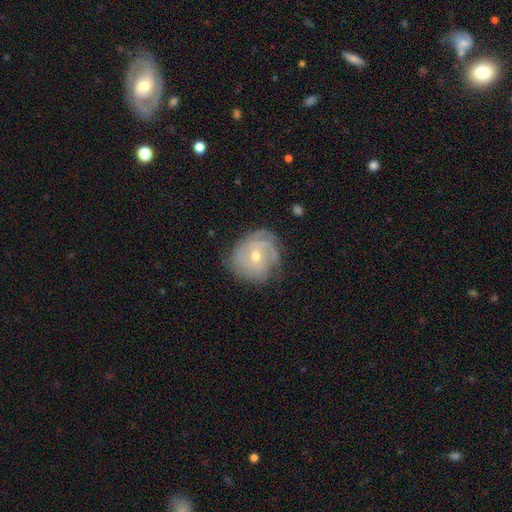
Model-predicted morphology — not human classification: Smooth or featured?
  - featured or disk: 79% *
  - smooth: 14%
  - star or artifact: 7%
Edge-on disk?
  - no: 97% *
  - yes: 3%
Bar?
  - no: 68% *
  - weak: 27%
  - strong: 5%
Spiral arms?
  - yes: 92% *
  - no: 8%
Spiral winding?
  - tight: 69% *
  - medium: 24%
  - loose: 7%
Spiral arm count?
  - can't tell: 36% *
  - 3: 24%
  - 2: 18%
  - 4: 10%
  - 1: 6%
  - more than 4: 6%
Bulge size?
  - moderate: 52% *
  - small: 45%
  - large: 1%
  - none: 1%
  - dominant: 1%
Merging?
  - none: 73% *
  - minor disturbance: 19%
  - major disturbance: 7%
  - merger: 1%